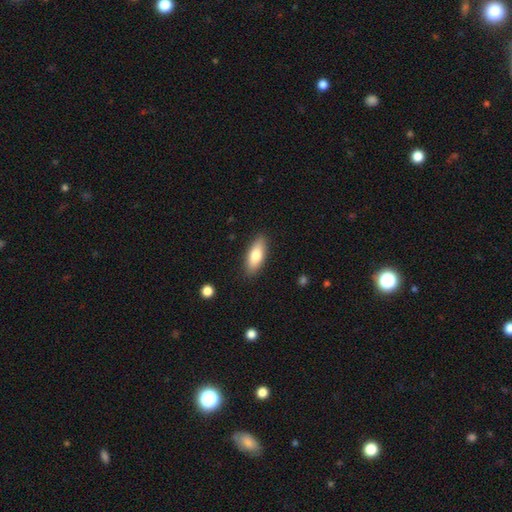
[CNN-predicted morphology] A smooth galaxy with no disk features (77%) that is in between round and cigar-shaped (73%).

Vote fractions:
- Smooth or featured? smooth: 77% / featured or disk: 17% / star or artifact: 6%
- How rounded? in between: 73% / cigar-shaped: 24% / round: 2%
- Merging? none: 87% / minor disturbance: 9% / major disturbance: 2% / merger: 1%